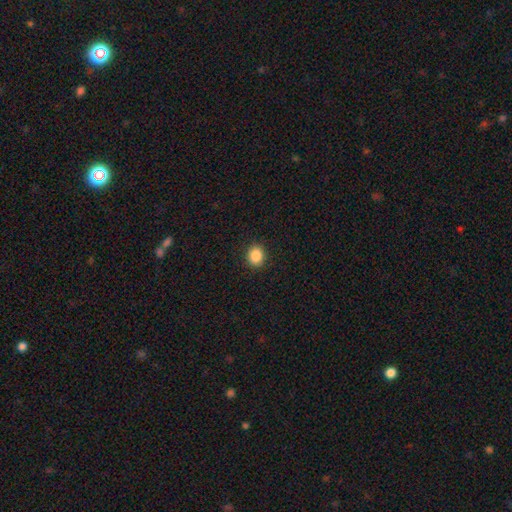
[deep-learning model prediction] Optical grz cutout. It shows a smooth galaxy with no disk features (88%) that is round (64%). Merging: none (91%).